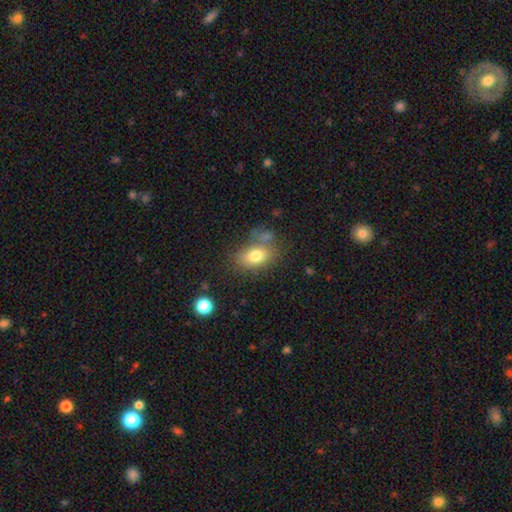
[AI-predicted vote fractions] Smooth or featured? smooth (77%)
How rounded? in between (82%)
Merging? none (63%)